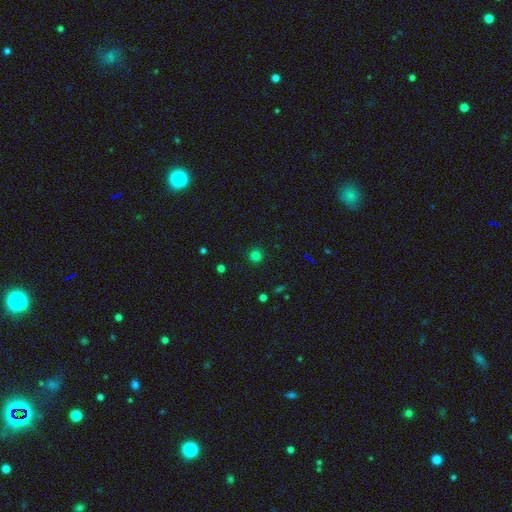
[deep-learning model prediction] Morphology: type=smooth (76%); roundness=round (93%); merging=none (90%).